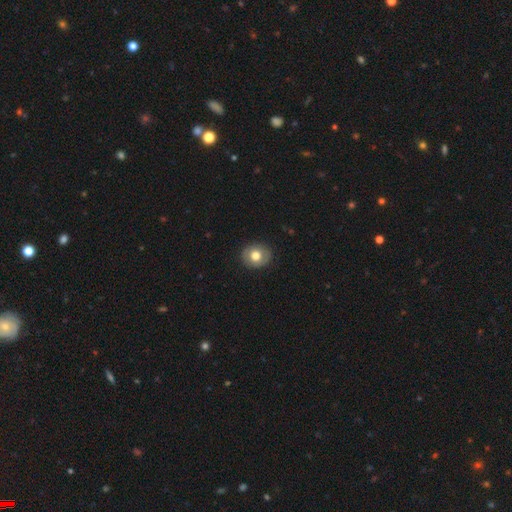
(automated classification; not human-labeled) smooth 69%, featured or disk 24%, star or artifact 7%. Down the decision tree: how rounded — round (69%); merging — none (86%).